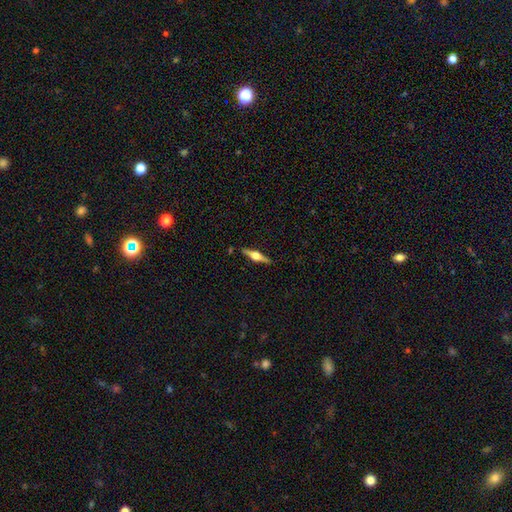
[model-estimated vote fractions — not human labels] smooth-or-featured: featured or disk: 72% | smooth: 22% | star or artifact: 6%
  disk-edge-on: yes: 98% | no: 2%
    edge-on-bulge: rounded: 94% | boxy: 4% | none: 1%
  merging: none: 88% | minor disturbance: 8% | major disturbance: 2% | merger: 2%